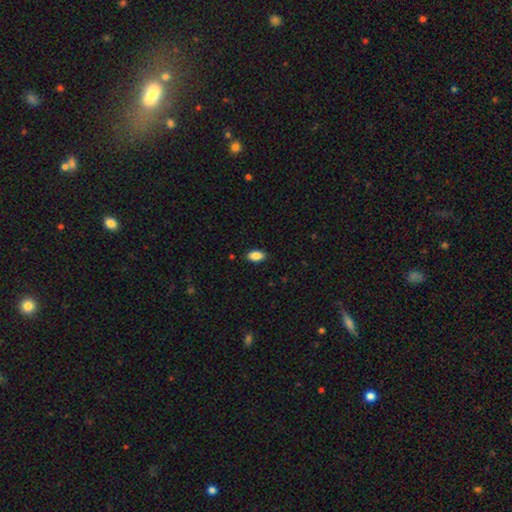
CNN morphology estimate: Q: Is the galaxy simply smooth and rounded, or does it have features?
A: smooth — 87%.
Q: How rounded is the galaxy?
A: in between — 92%.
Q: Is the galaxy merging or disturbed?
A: none — 87%.